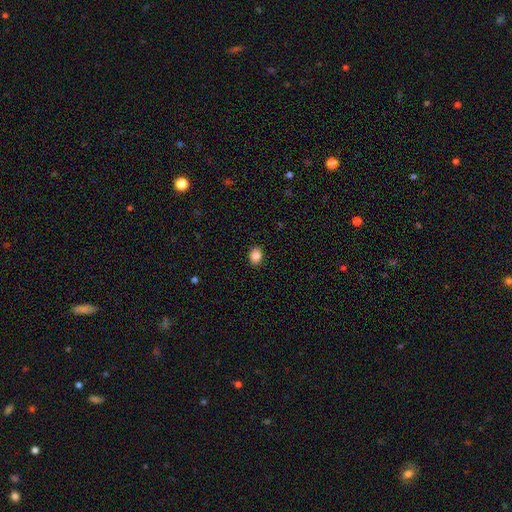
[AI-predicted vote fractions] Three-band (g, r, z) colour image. It shows a smooth galaxy with no disk features (87%) that is in between round and cigar-shaped (64%). Merging: none (89%).